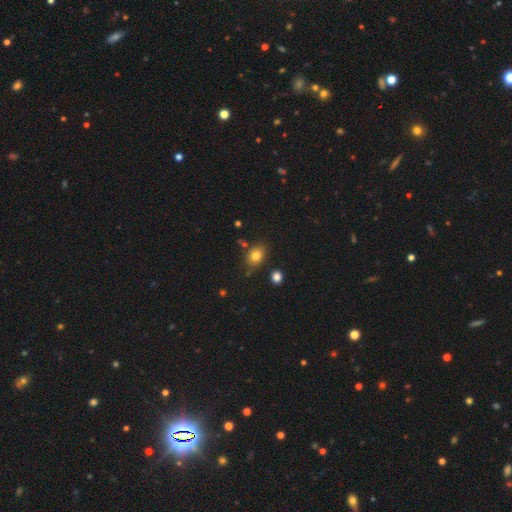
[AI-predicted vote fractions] This appears to be a smooth galaxy with no disk features (79%) that is in between round and cigar-shaped (63%). Merging: none (76%).